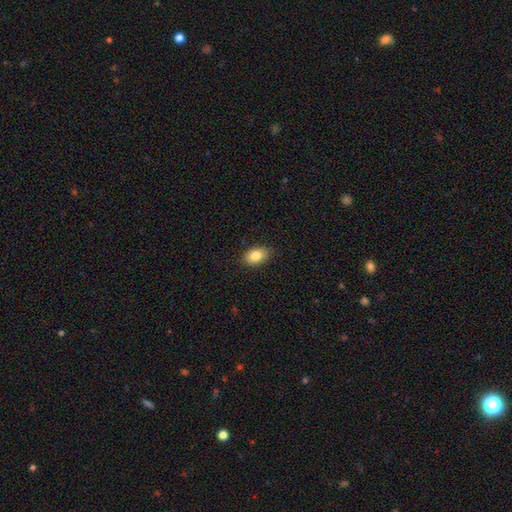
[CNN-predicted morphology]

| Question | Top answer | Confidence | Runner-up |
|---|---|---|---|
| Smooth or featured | smooth | 83% | featured or disk (9%) |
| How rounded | in between | 88% | round (10%) |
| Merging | none | 86% | minor disturbance (11%) |